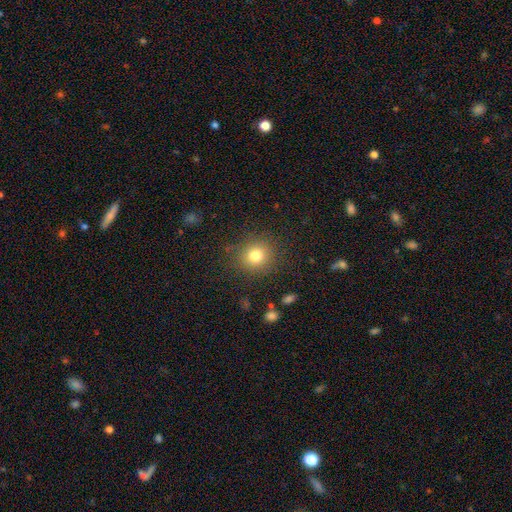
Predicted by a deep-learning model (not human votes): Smooth or featured? smooth (79%)
How rounded? round (86%)
Merging? none (86%)